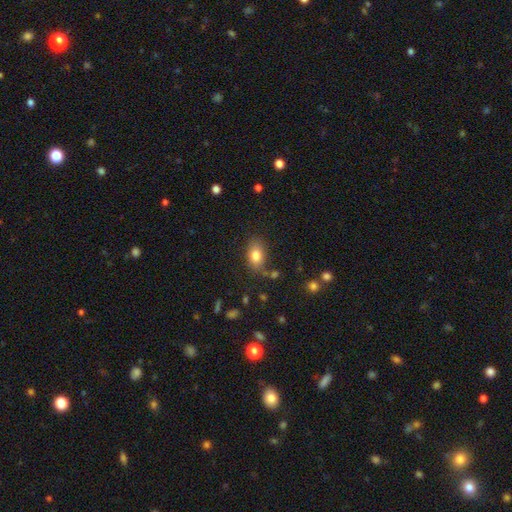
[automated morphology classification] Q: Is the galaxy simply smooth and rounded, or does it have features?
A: smooth — 81%.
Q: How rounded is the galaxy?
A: in between — 85%.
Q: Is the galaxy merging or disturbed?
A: none — 75%.